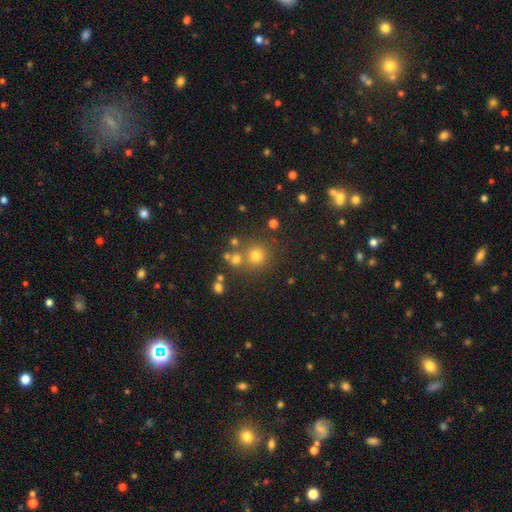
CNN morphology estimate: The model was most divided on "smooth or featured": smooth: 71%, star or artifact: 21%, featured or disk: 9%. More confident: how rounded — round (91%); merging — none (72%).